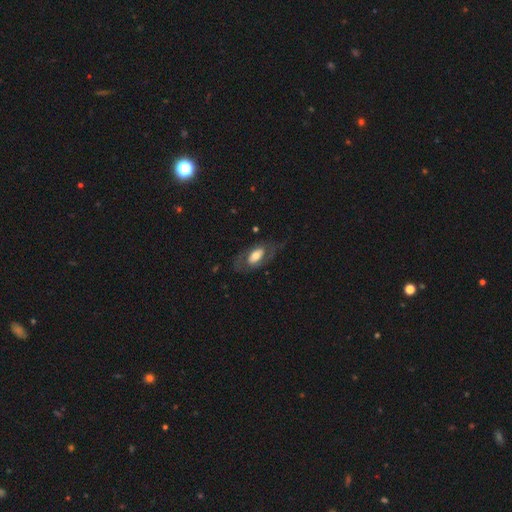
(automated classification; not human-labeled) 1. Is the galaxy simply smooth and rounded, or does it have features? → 52% featured or disk, 42% smooth, 6% star or artifact.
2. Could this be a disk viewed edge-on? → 87% no, 13% yes.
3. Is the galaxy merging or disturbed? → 64% none, 17% minor disturbance, 17% major disturbance, 2% merger.